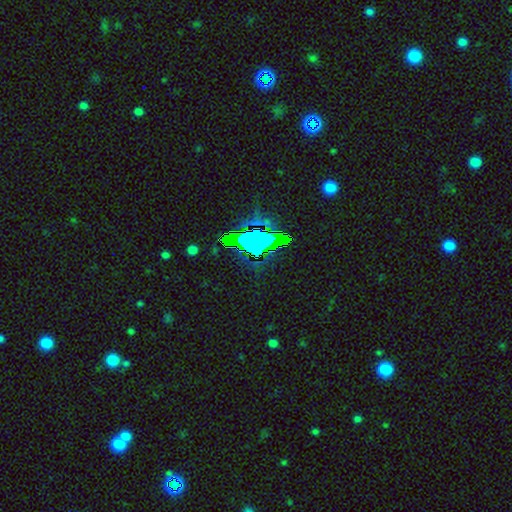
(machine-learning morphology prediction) The model was most divided on "smooth or featured": star or artifact: 69%, smooth: 19%, featured or disk: 12%.